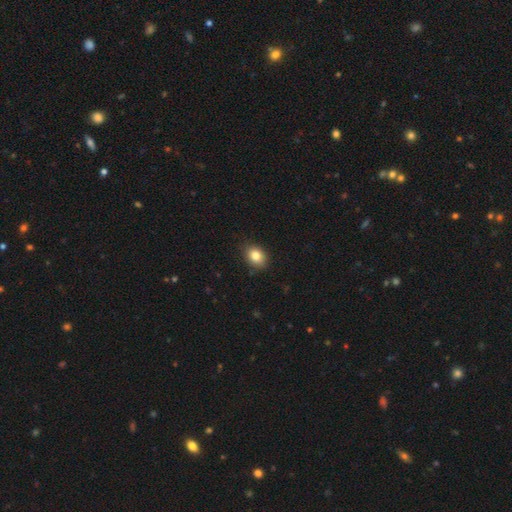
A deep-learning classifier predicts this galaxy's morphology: Smooth or featured? smooth (84%)
How rounded? in between (66%)
Merging? none (86%)